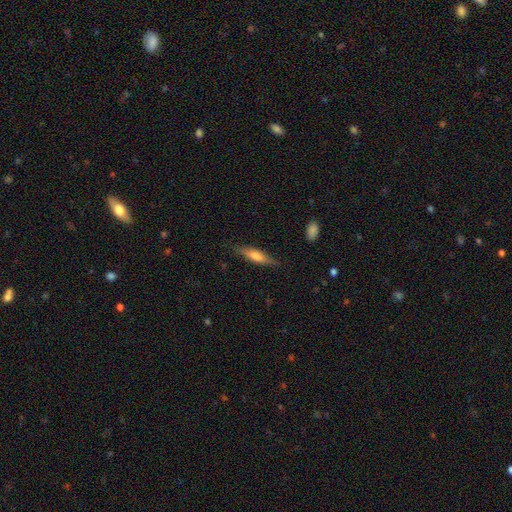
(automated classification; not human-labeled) smooth_or_featured: smooth (p=0.47) [alt: featured or disk p=0.46]
merging: none (p=0.83) [alt: minor disturbance p=0.13]